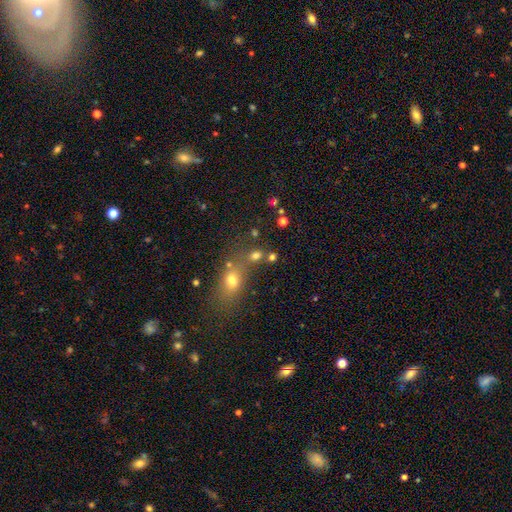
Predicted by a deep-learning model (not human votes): Q: Smooth or featured?
A: smooth (70%); runner-up: star or artifact (20%)
Q: How rounded?
A: round (59%); runner-up: in between (37%)
Q: Merging?
A: none (56%); runner-up: merger (28%)